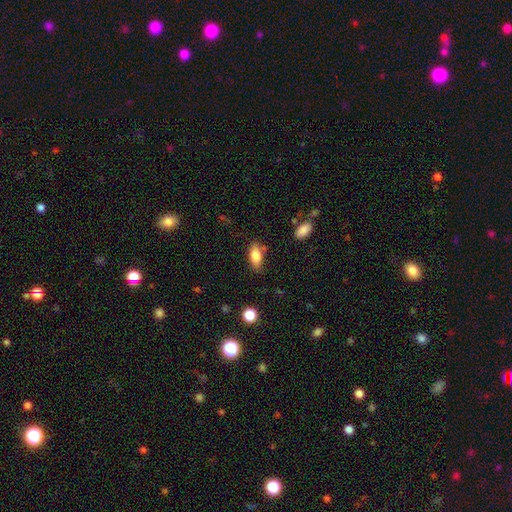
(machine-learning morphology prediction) smooth 80%, featured or disk 12%, star or artifact 7%. Down the decision tree: how rounded — in between (85%); merging — none (77%).